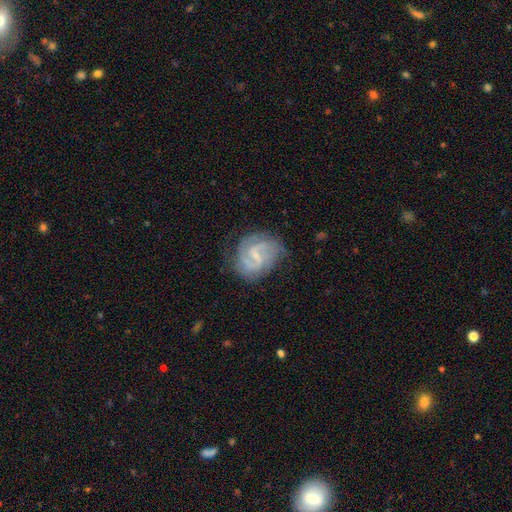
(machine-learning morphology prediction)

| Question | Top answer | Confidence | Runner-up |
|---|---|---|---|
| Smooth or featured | featured or disk | 85% | smooth (9%) |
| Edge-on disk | no | 98% | yes (2%) |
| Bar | weak | 59% | no (21%) |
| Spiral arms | yes | 96% | no (4%) |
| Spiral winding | medium | 50% | tight (32%) |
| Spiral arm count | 2 | 73% | can't tell (10%) |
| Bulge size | small | 66% | moderate (16%) |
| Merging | none | 71% | minor disturbance (19%) |